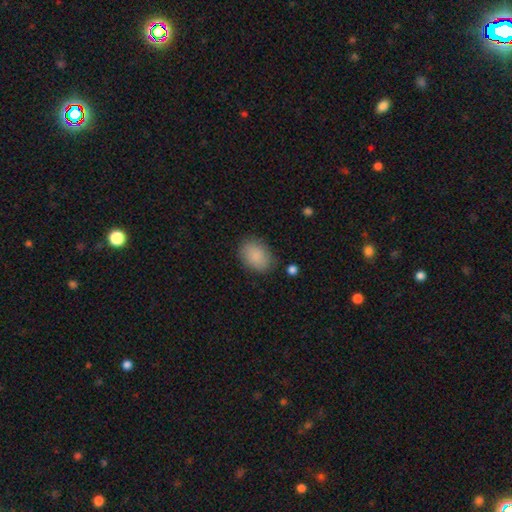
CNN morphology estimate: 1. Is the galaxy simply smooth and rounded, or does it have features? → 88% smooth, 7% star or artifact, 5% featured or disk.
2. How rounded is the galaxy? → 77% in between, 22% round, 1% cigar-shaped.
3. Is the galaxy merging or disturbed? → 81% none, 14% minor disturbance, 4% major disturbance, 2% merger.